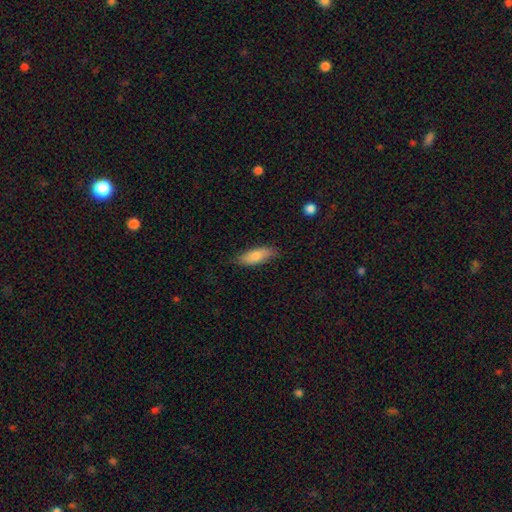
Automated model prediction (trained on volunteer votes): Overall: smooth (78%). How rounded: in between (65%; cigar-shaped 33%). Merging: none (81%).